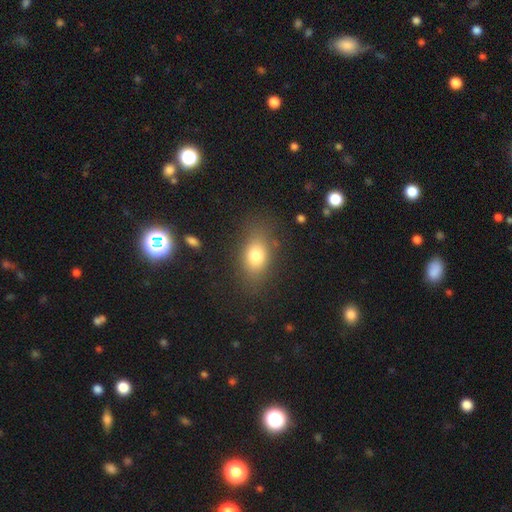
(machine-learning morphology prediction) Smooth or featured?
  - smooth: 77% *
  - featured or disk: 12%
  - star or artifact: 10%
How rounded?
  - in between: 77% *
  - round: 20%
  - cigar-shaped: 3%
Merging?
  - none: 77% *
  - minor disturbance: 14%
  - major disturbance: 6%
  - merger: 2%